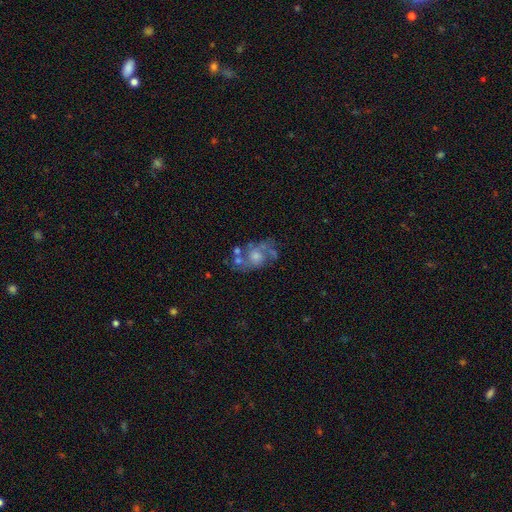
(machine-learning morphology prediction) smooth-or-featured: featured or disk: 67% | smooth: 22% | star or artifact: 10%
  disk-edge-on: no: 96% | yes: 4%
    bar: no: 77% | weak: 20% | strong: 3%
    has-spiral-arms: yes: 64% | no: 36%
    bulge-size: moderate: 49% | small: 29% | large: 10% | none: 10% | dominant: 2%
  merging: none: 45% | minor disturbance: 20% | major disturbance: 20% | merger: 15%